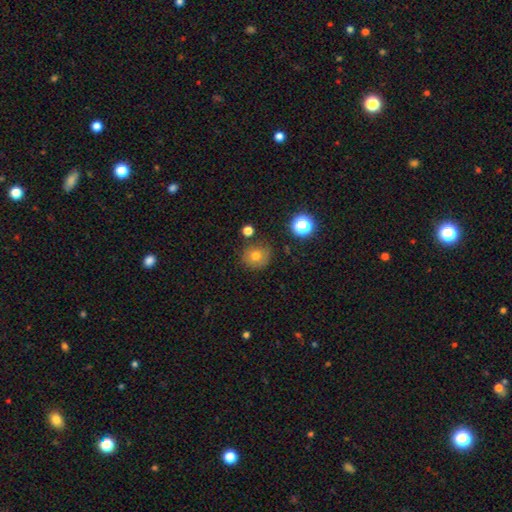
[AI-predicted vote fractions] Smooth or featured? smooth (71%)
How rounded? round (82%)
Merging? none (75%)